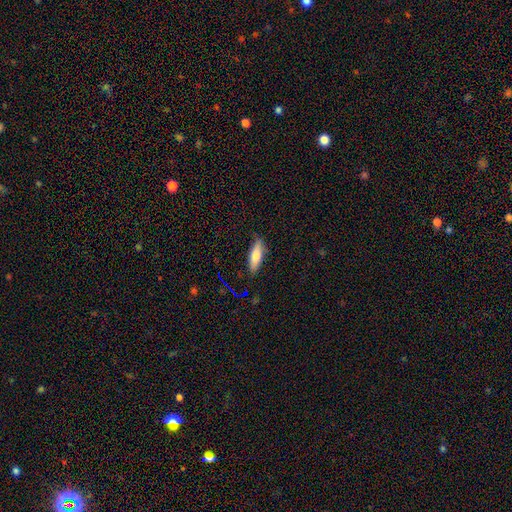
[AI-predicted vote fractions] Smooth or featured? smooth (71%)
How rounded? in between (49%, tied with cigar-shaped)
Merging? none (83%)